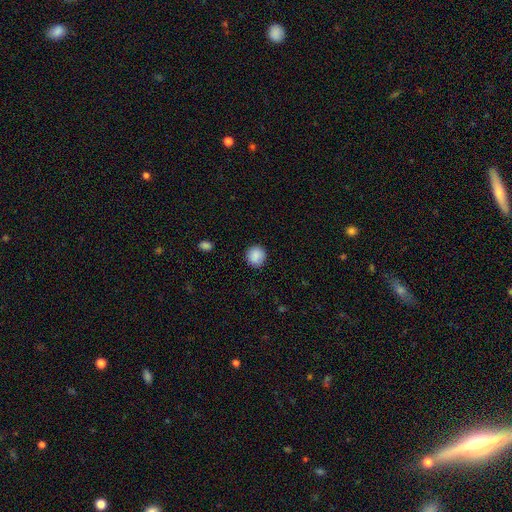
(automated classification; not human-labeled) smooth_or_featured: smooth (p=0.88) [alt: star or artifact p=0.08]
how_rounded: round (p=0.90) [alt: in between p=0.10]
merging: none (p=0.89) [alt: minor disturbance p=0.08]